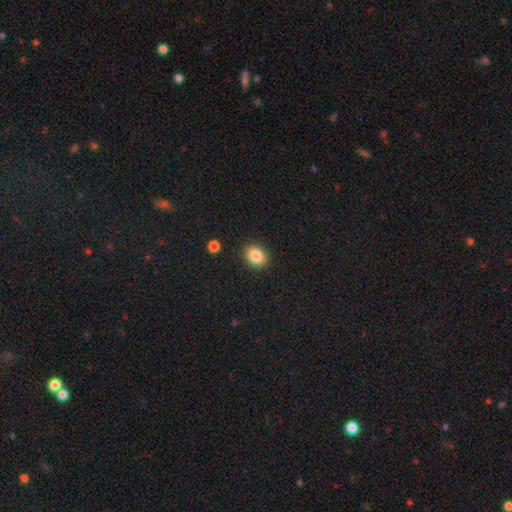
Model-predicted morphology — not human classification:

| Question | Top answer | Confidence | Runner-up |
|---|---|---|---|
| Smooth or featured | smooth | 86% | star or artifact (9%) |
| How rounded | in between | 64% | round (35%) |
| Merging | none | 87% | minor disturbance (9%) |